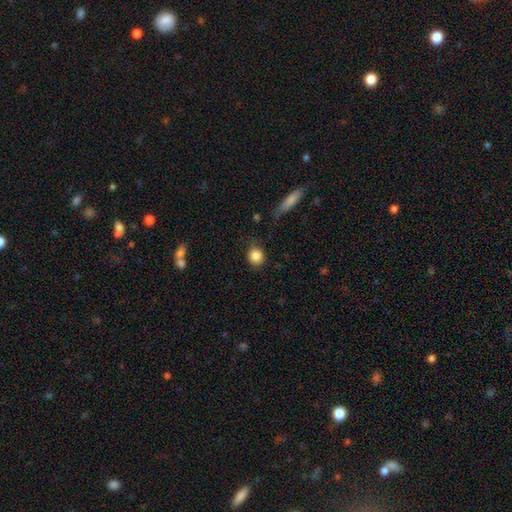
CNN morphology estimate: The model was most divided on "how rounded": round: 78%, in between: 20%, cigar-shaped: 1%. More confident: smooth or featured — smooth (86%); merging — none (81%).